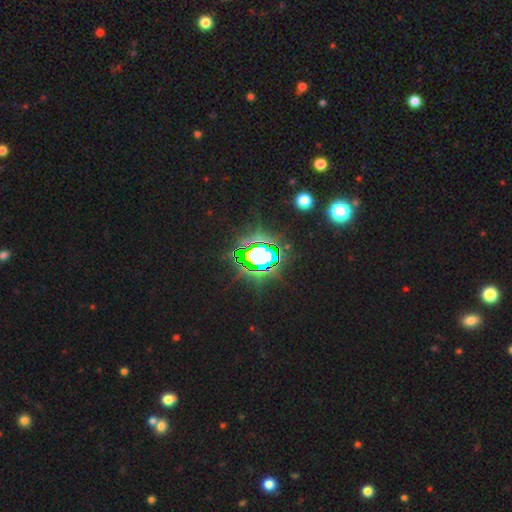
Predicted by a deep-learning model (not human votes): smooth-or-featured: star or artifact: 78% | smooth: 11% | featured or disk: 10%